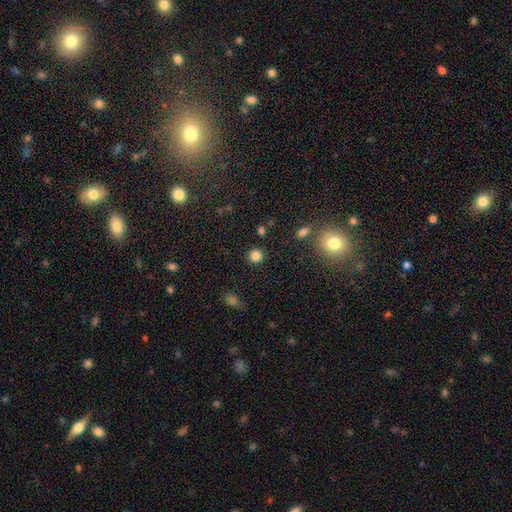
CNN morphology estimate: type=smooth (83%); roundness=round (92%); merging=none (90%).